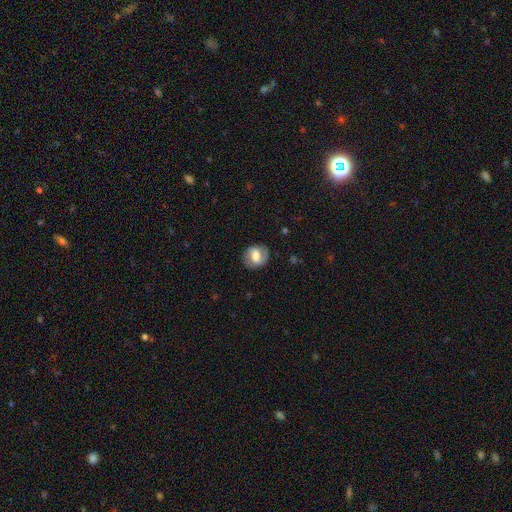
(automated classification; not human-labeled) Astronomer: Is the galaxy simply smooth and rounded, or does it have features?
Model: smooth — 49% (runner-up: featured or disk, 44%).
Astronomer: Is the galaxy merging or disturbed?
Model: none — 81%.